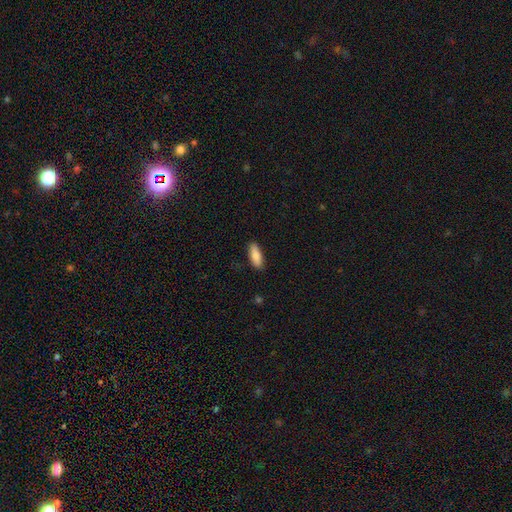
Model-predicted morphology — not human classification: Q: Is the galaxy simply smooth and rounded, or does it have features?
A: smooth — 86%.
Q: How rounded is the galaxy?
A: in between — 64%.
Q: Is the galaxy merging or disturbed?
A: none — 88%.